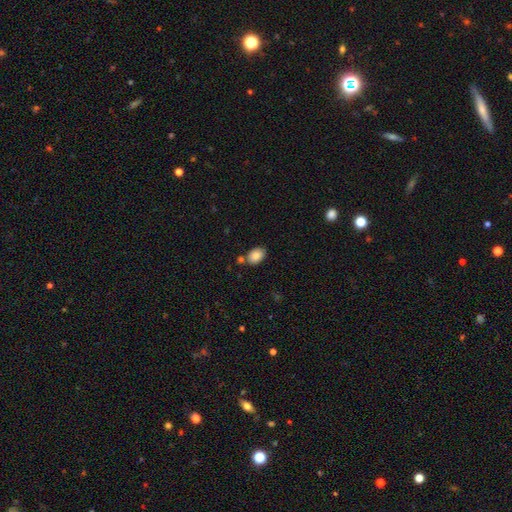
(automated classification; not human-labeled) Smooth or featured? Predicted: smooth (p=0.86). How rounded? Predicted: in between (p=0.79). Merging? Predicted: none (p=0.72).